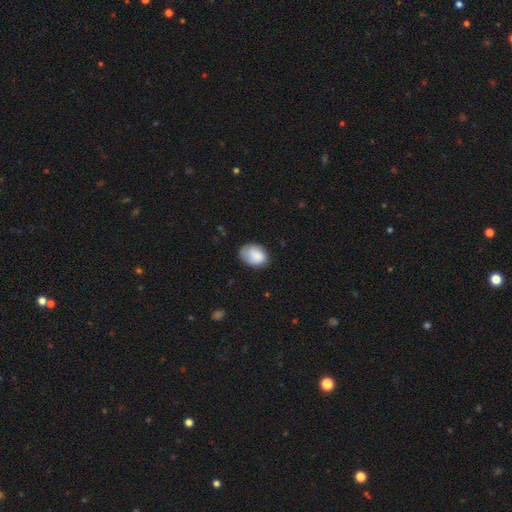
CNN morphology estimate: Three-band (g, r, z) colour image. It shows a smooth galaxy with no disk features (83%) that is in between round and cigar-shaped (77%). Merging: none (65%).